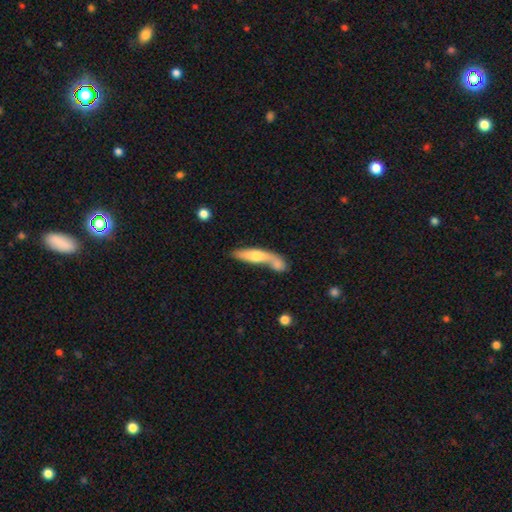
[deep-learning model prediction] smooth_or_featured: smooth (p=0.57) [alt: featured or disk p=0.37]
how_rounded: cigar-shaped (p=0.73) [alt: in between p=0.24]
merging: merger (p=0.50) [alt: none p=0.31]